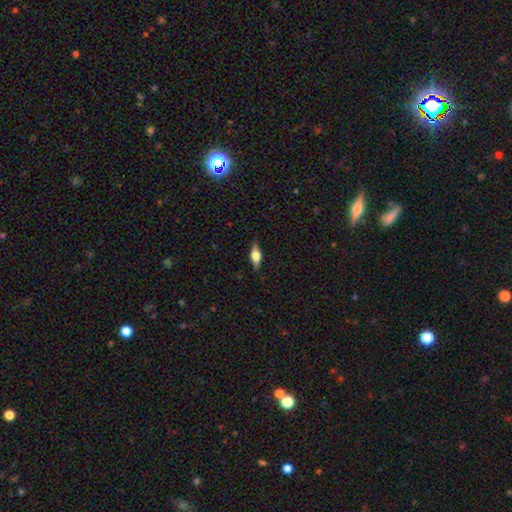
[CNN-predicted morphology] type=featured or disk (49%); merging=none (83%).